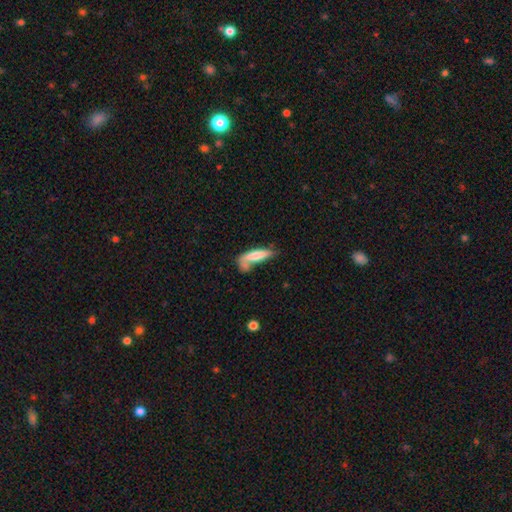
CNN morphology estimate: Smooth or featured?
  - smooth: 69% *
  - featured or disk: 24%
  - star or artifact: 7%
How rounded?
  - cigar-shaped: 66% *
  - in between: 32%
  - round: 2%
Merging?
  - none: 36% *
  - merger: 25%
  - minor disturbance: 21%
  - major disturbance: 18%